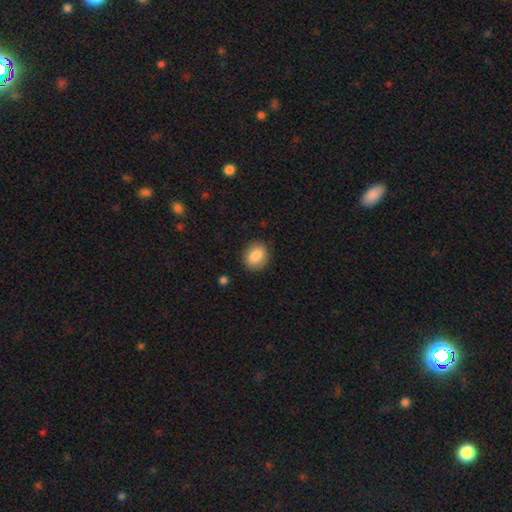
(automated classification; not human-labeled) Overall: smooth (85%). How rounded: round (52%; in between 46%). Merging: none (88%).